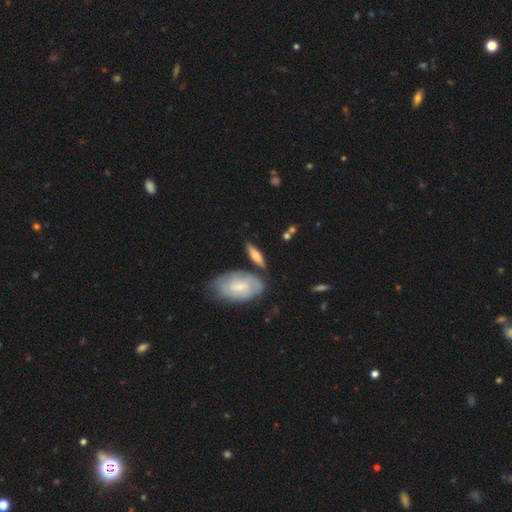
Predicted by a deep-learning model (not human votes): Smooth or featured? Predicted: smooth (p=0.48). Merging? Predicted: none (p=0.73).